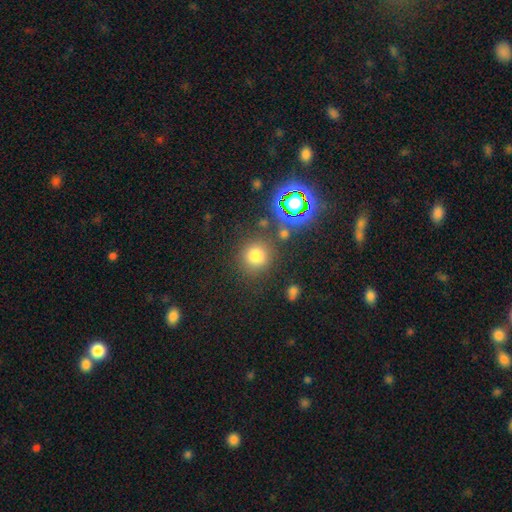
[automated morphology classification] The model was most divided on "smooth or featured": smooth: 73%, star or artifact: 20%, featured or disk: 7%. More confident: how rounded — round (90%); merging — none (80%).